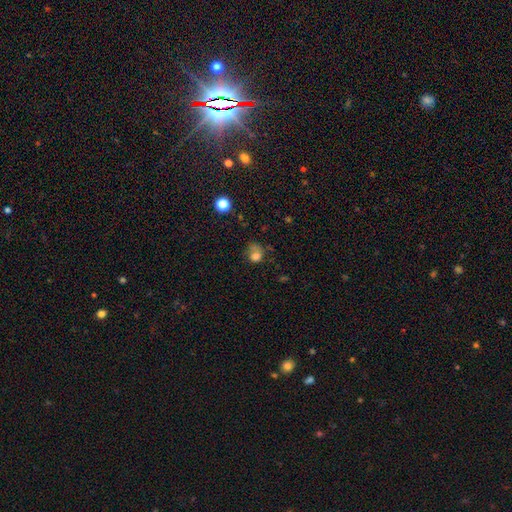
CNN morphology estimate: Smooth or featured?
  - smooth: 73% *
  - star or artifact: 14%
  - featured or disk: 13%
How rounded?
  - round: 63% *
  - in between: 36%
  - cigar-shaped: 1%
Merging?
  - none: 33% *
  - major disturbance: 29%
  - minor disturbance: 27%
  - merger: 11%